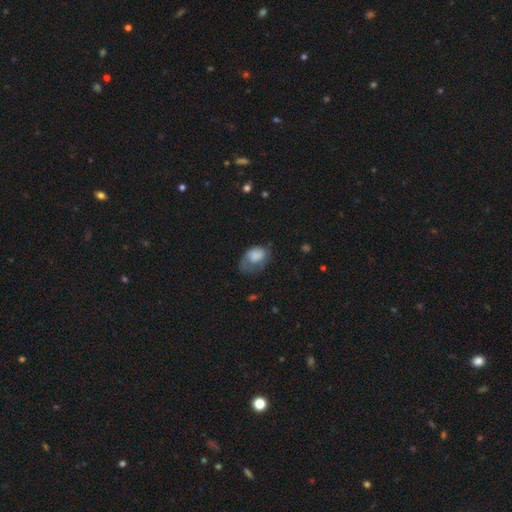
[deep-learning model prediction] Smooth or featured? Predicted: smooth (p=0.74). How rounded? Predicted: in between (p=0.80). Merging? Predicted: major disturbance (p=0.39).